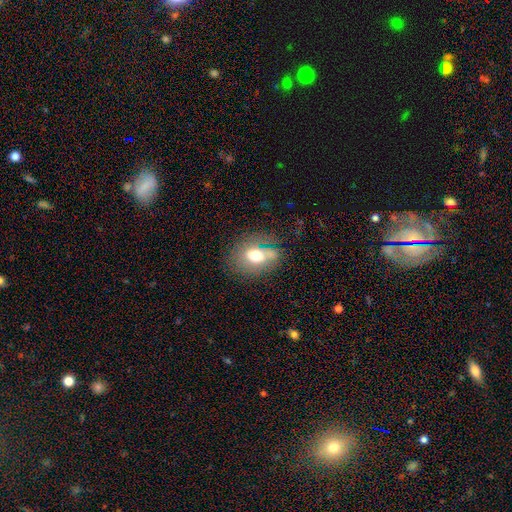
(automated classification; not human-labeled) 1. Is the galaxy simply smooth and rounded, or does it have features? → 61% smooth, 29% featured or disk, 11% star or artifact.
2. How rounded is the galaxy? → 65% in between, 33% round, 2% cigar-shaped.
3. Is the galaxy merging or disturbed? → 56% none, 26% minor disturbance, 13% major disturbance, 4% merger.